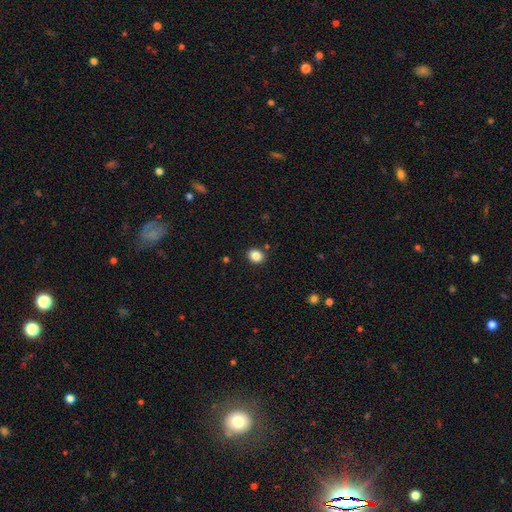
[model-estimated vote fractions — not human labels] Overall: smooth (86%). How rounded: round (56%; in between 43%). Merging: none (88%).